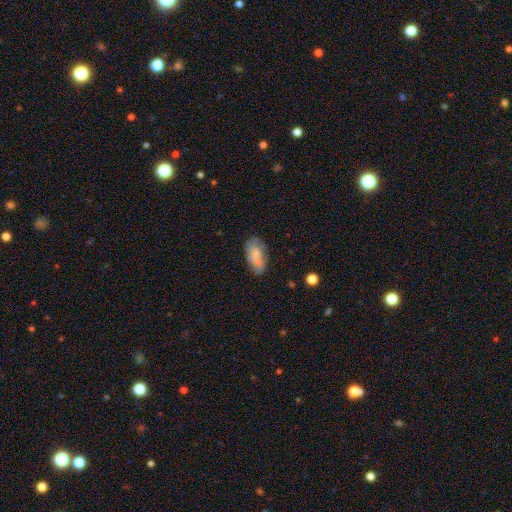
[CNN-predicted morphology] The model was most divided on "merging": none: 58%, minor disturbance: 27%, major disturbance: 9%, merger: 6%. More confident: how rounded — in between (92%); smooth or featured — smooth (64%).